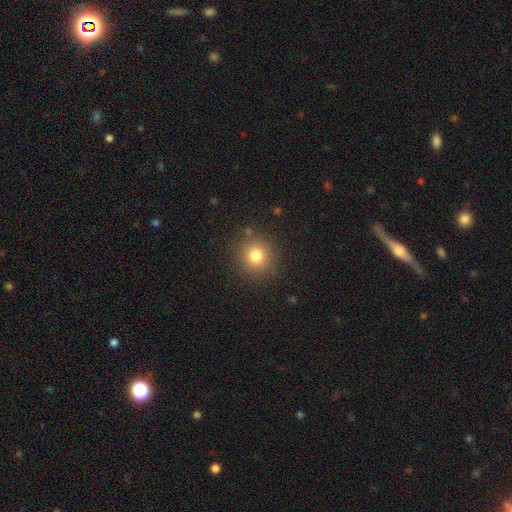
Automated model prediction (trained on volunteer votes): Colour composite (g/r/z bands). It shows a smooth galaxy with no disk features (78%) that is round (92%). Merging: none (88%).